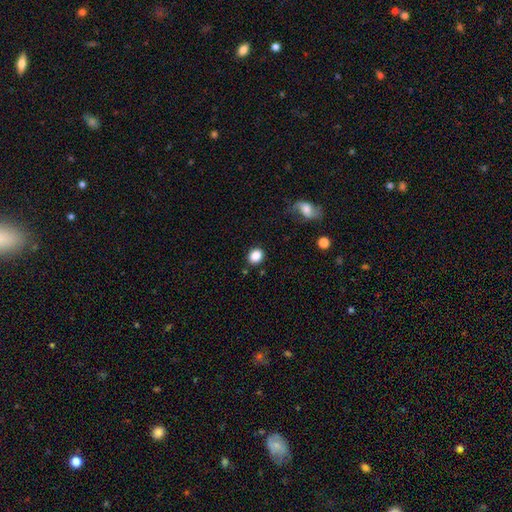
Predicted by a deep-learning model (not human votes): smooth_or_featured: smooth (p=0.86) [alt: star or artifact p=0.10]
how_rounded: round (p=0.64) [alt: in between p=0.35]
merging: none (p=0.85) [alt: minor disturbance p=0.09]